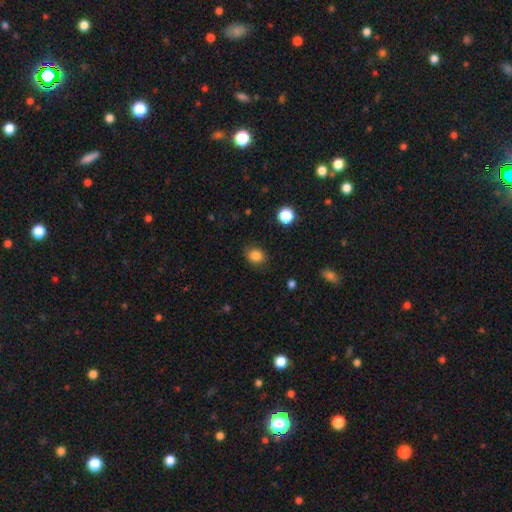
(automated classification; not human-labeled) Overall: smooth (84%). How rounded: round (52%; in between 47%). Merging: none (82%).